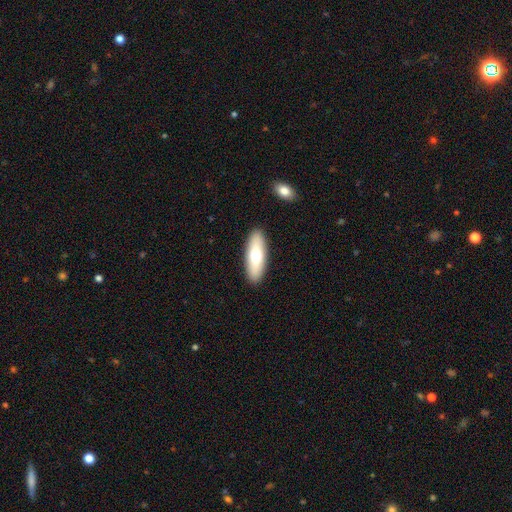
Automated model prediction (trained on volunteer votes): smooth-or-featured: smooth: 68% | featured or disk: 26% | star or artifact: 6%
  how-rounded: in between: 60% | cigar-shaped: 38% | round: 2%
  merging: none: 90% | minor disturbance: 7% | major disturbance: 2% | merger: 1%